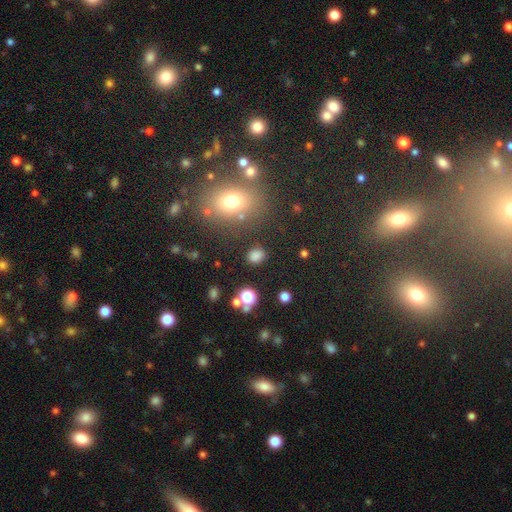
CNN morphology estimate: This is likely a smooth galaxy (78%). How rounded: possibly round (51%). Merging: clearly none (82%).